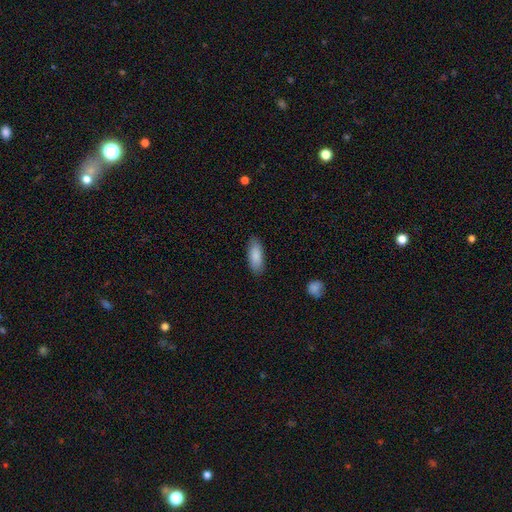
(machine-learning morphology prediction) Smooth or featured? smooth (88%)
How rounded? in between (75%)
Merging? none (87%)